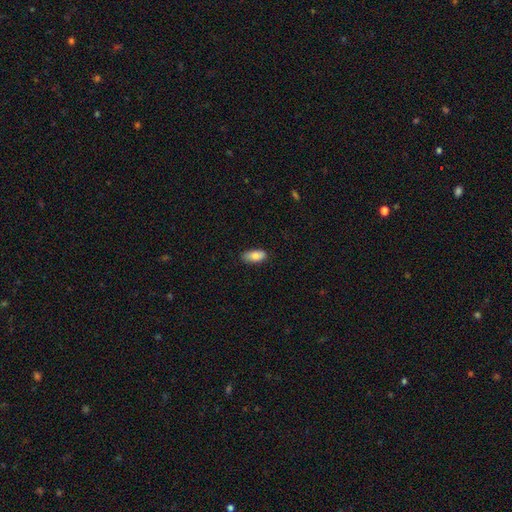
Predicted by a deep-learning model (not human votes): smooth 83%, featured or disk 10%, star or artifact 7%. Down the decision tree: how rounded — in between (90%); merging — none (78%).